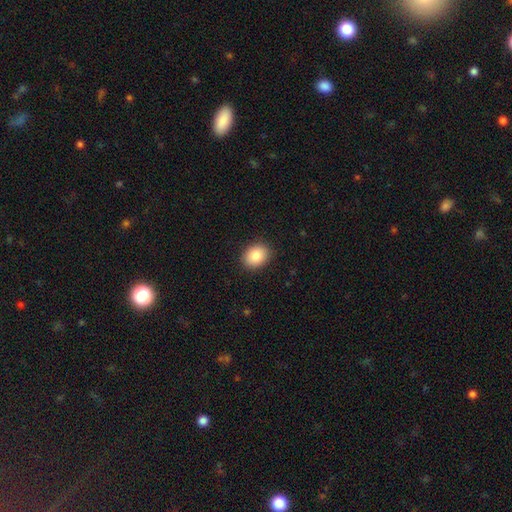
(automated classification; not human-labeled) Smooth or featured: smooth — 85% (star or artifact — 8%)
How rounded: in between — 59% (round — 40%)
Merging: none — 90% (minor disturbance — 8%)